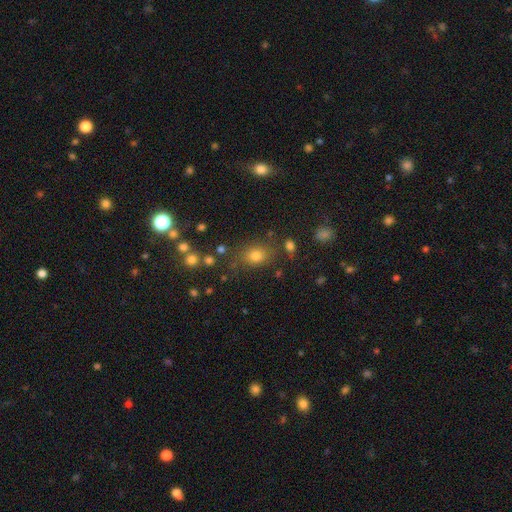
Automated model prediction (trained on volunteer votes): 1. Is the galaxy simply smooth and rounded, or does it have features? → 74% smooth, 17% star or artifact, 9% featured or disk.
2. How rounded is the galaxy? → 55% in between, 44% round, 1% cigar-shaped.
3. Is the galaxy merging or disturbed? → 75% none, 14% minor disturbance, 6% major disturbance, 6% merger.